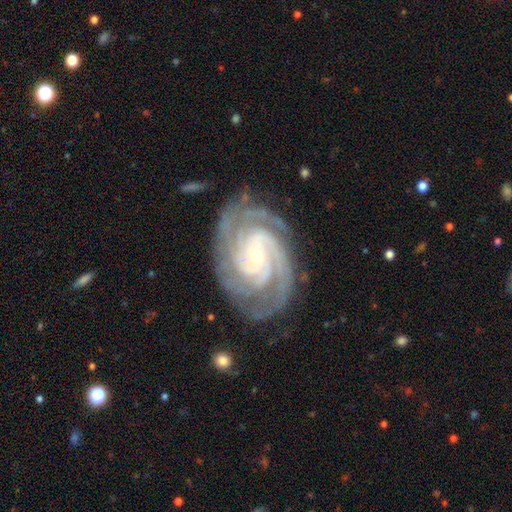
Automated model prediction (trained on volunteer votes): This appears to be a featured or disk galaxy (92%) with no bar (62%), 3 (31%) tight (75%) spiral arms (99%) and a small central bulge (71%). Merging: none (79%).